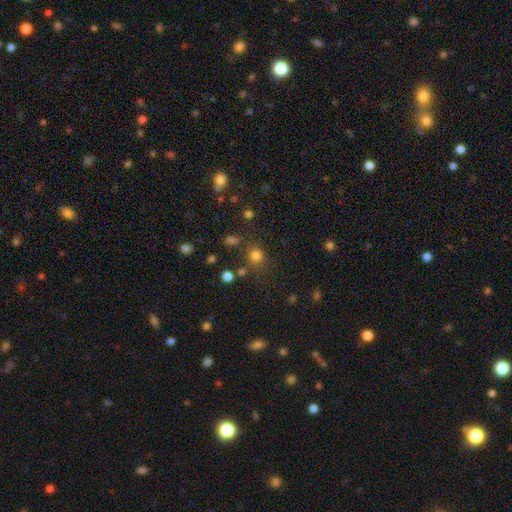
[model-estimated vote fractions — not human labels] This appears to be a smooth galaxy with no disk features (78%) that is round (85%). Merging: none (77%).